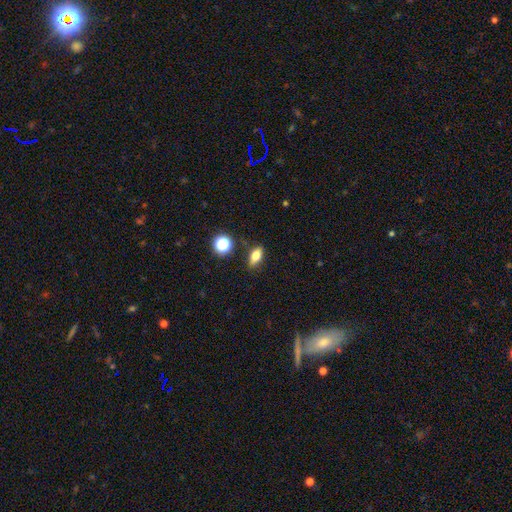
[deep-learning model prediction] The model was most divided on "smooth or featured": smooth: 75%, featured or disk: 13%, star or artifact: 12%. More confident: merging — none (82%); how rounded — in between (76%).